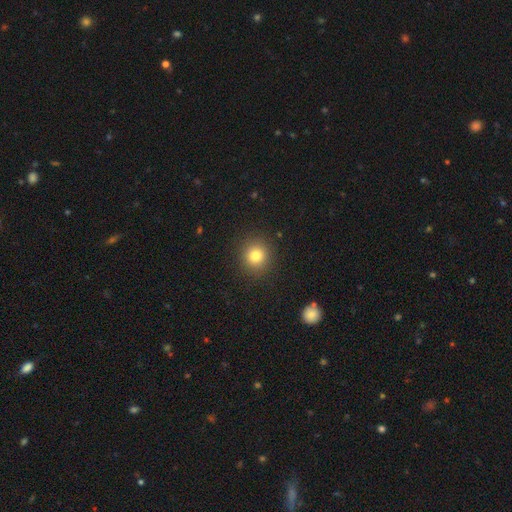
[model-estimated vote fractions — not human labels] Smooth or featured? Predicted: smooth (p=0.81). How rounded? Predicted: round (p=0.90). Merging? Predicted: none (p=0.90).